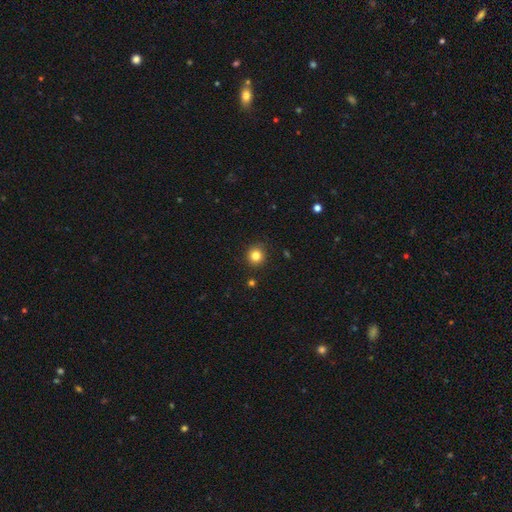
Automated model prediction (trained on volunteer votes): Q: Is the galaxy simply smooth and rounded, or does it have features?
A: smooth — 83%.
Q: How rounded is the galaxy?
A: round — 93%.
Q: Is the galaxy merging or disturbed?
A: none — 90%.